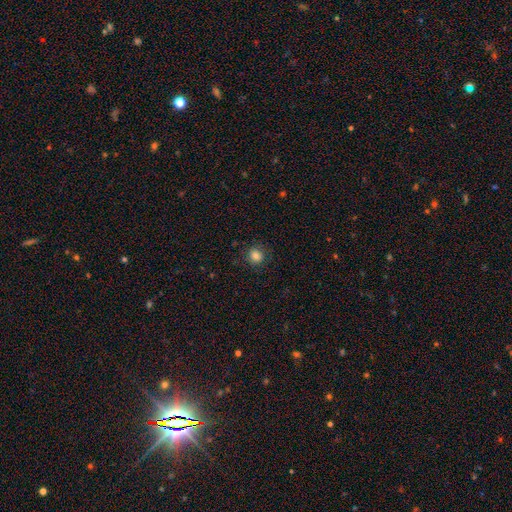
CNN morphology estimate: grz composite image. It shows a smooth galaxy with no disk features (83%) that is round (79%). Merging: none (85%).